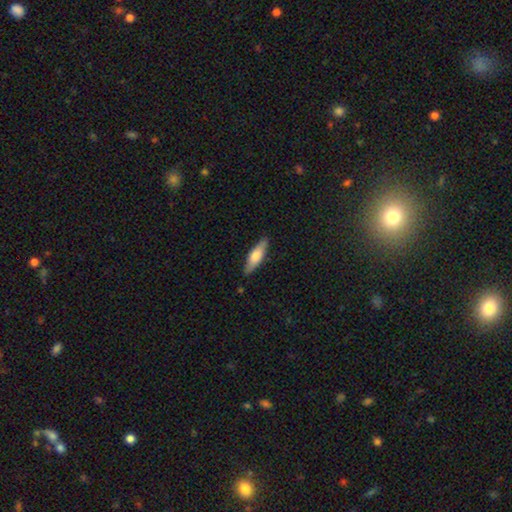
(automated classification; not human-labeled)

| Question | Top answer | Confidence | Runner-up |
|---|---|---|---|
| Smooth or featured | smooth | 64% | featured or disk (30%) |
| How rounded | cigar-shaped | 60% | in between (38%) |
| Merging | none | 86% | minor disturbance (11%) |